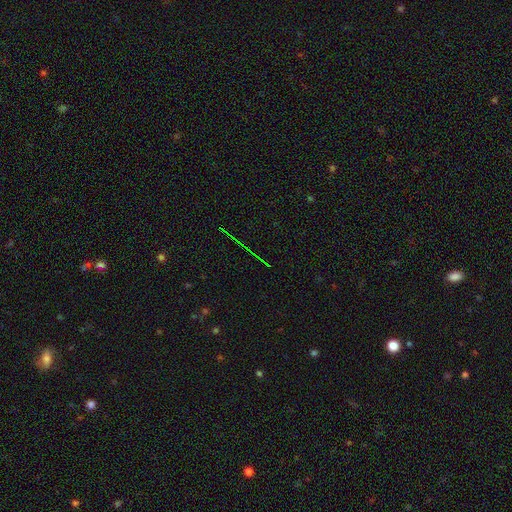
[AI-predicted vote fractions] Smooth or featured? star or artifact (71%)